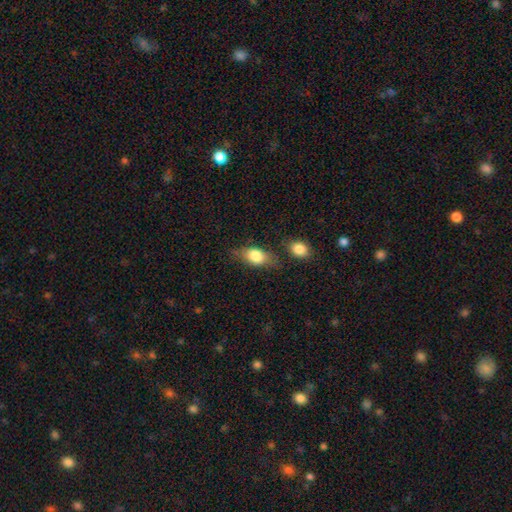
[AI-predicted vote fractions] The model was most divided on "merging": none: 60%, minor disturbance: 22%, merger: 11%, major disturbance: 7%. More confident: how rounded — in between (82%); smooth or featured — smooth (79%).